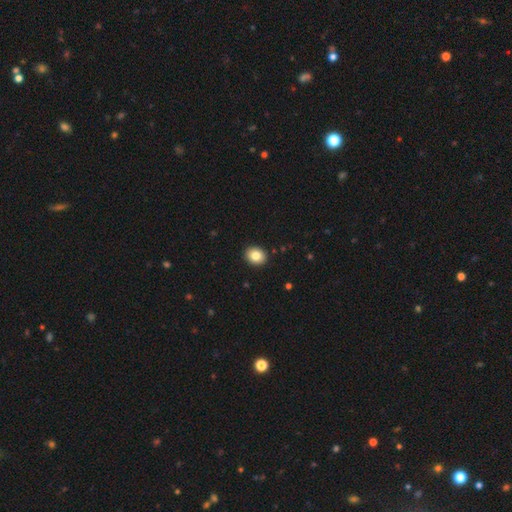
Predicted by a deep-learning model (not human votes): Overall: smooth (84%). How rounded: round (53%; in between 46%). Merging: none (91%).